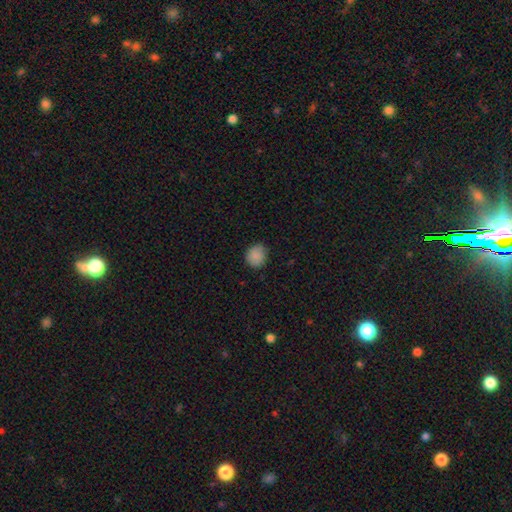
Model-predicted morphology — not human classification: smooth 87%, star or artifact 9%, featured or disk 4%. Down the decision tree: how rounded — round (76%); merging — none (81%).